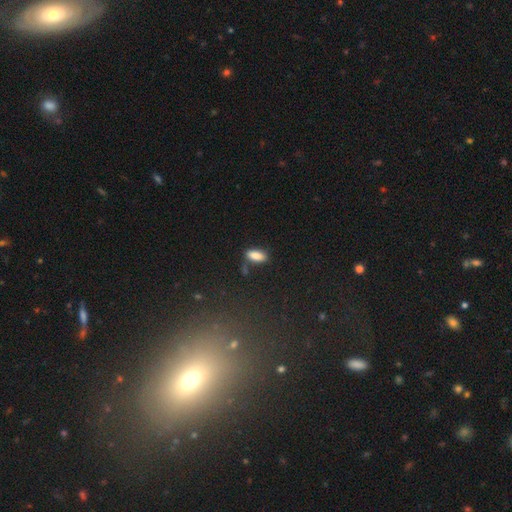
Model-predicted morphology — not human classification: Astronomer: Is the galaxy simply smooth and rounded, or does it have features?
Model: smooth — 87%.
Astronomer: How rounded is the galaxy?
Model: in between — 81%.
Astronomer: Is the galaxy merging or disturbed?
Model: none — 75%.